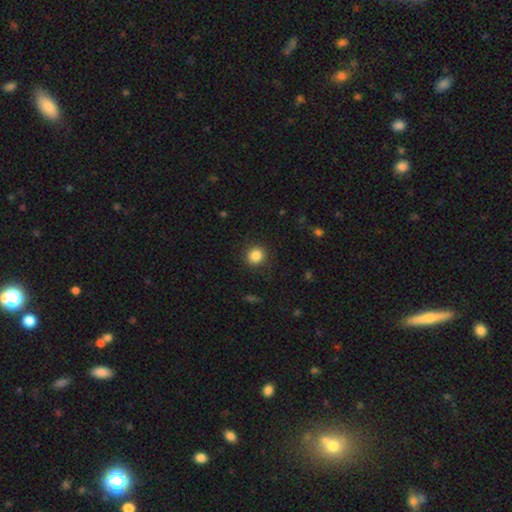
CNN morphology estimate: Smooth or featured?
  - smooth: 85% *
  - star or artifact: 11%
  - featured or disk: 4%
How rounded?
  - round: 90% *
  - in between: 9%
  - cigar-shaped: 1%
Merging?
  - none: 90% *
  - minor disturbance: 7%
  - major disturbance: 2%
  - merger: 1%